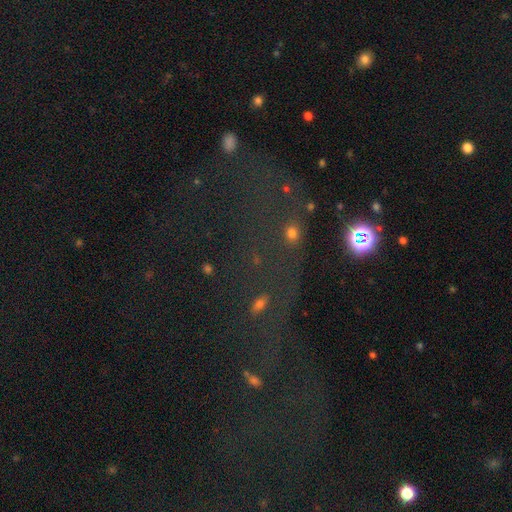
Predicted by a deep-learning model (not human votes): smooth_or_featured: star or artifact (p=0.58) [alt: featured or disk p=0.21]